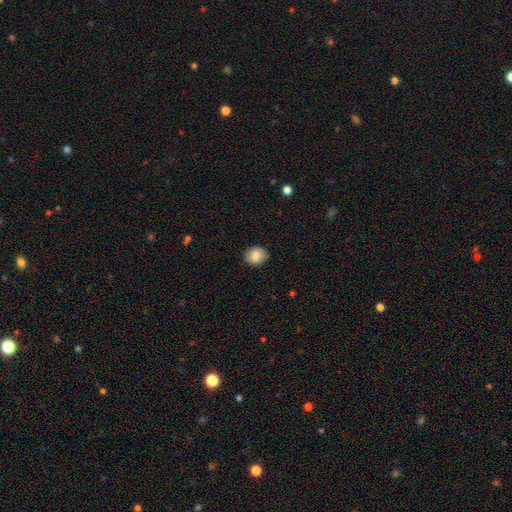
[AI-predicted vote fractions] A smooth galaxy with no disk features (84%) that is round (59%).

Vote fractions:
- Smooth or featured? smooth: 84% / star or artifact: 8% / featured or disk: 8%
- How rounded? round: 59% / in between: 40% / cigar-shaped: 1%
- Merging? none: 89% / minor disturbance: 8% / major disturbance: 2% / merger: 1%